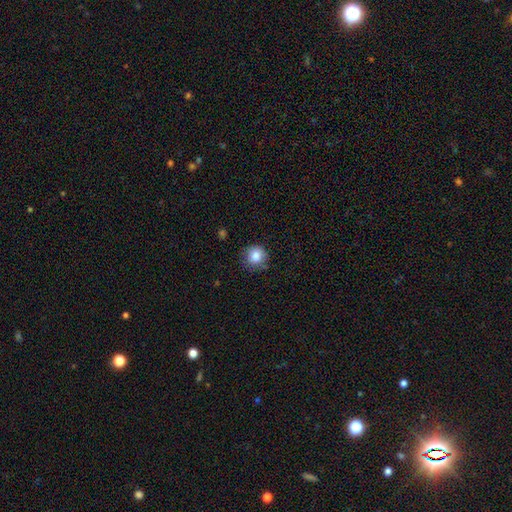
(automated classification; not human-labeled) This appears to be a smooth galaxy with no disk features (84%) that is round (91%). Merging: none (79%).